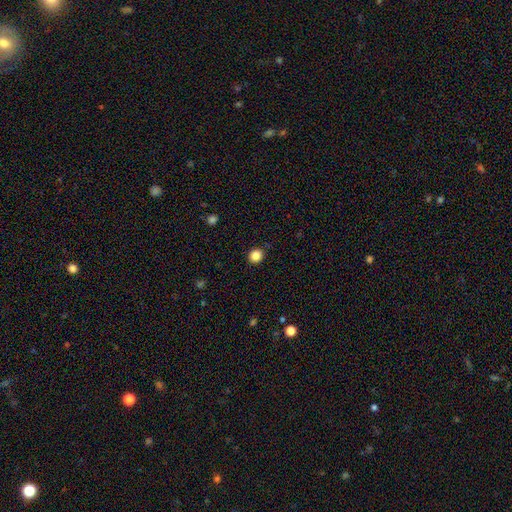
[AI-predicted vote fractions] Smooth or featured: smooth — 85% (star or artifact — 11%)
How rounded: round — 85% (in between — 14%)
Merging: none — 91% (minor disturbance — 6%)